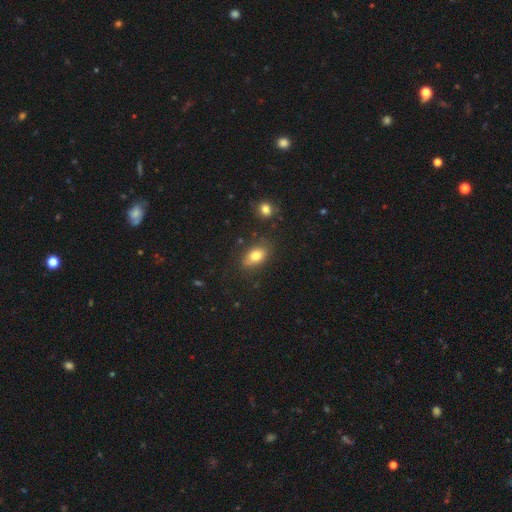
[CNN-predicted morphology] Smooth or featured? Predicted: smooth (p=0.79). How rounded? Predicted: in between (p=0.86). Merging? Predicted: none (p=0.75).